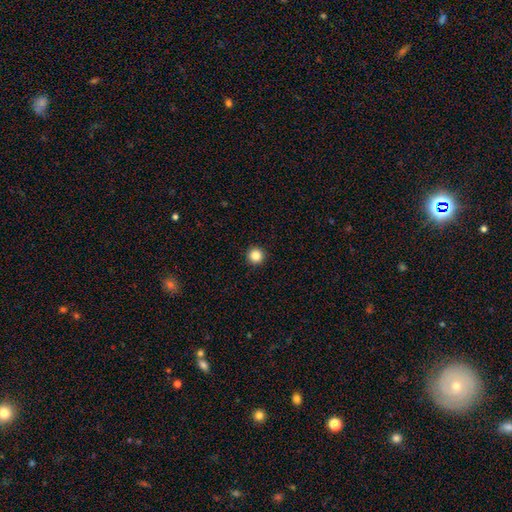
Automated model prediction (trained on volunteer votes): Smooth or featured?
  - smooth: 86% *
  - star or artifact: 11%
  - featured or disk: 3%
How rounded?
  - round: 96% *
  - in between: 3%
  - cigar-shaped: 1%
Merging?
  - none: 94% *
  - minor disturbance: 4%
  - major disturbance: 2%
  - merger: 1%